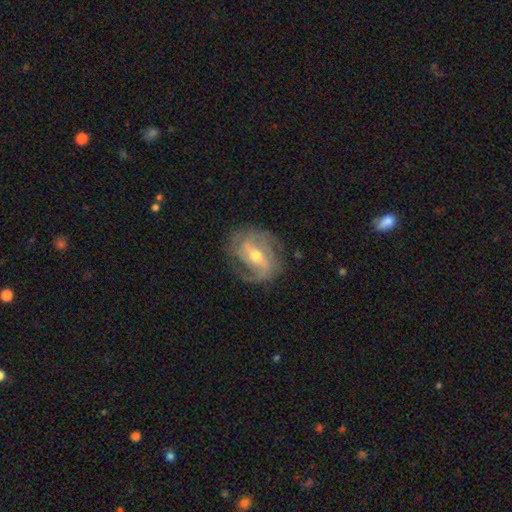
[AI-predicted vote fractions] Q: Smooth or featured?
A: featured or disk (86%); runner-up: smooth (8%)
Q: Edge-on disk?
A: no (96%); runner-up: yes (4%)
Q: Bar?
A: weak (42%); runner-up: strong (40%)
Q: Spiral arms?
A: yes (94%); runner-up: no (6%)
Q: Spiral winding?
A: medium (44%); runner-up: tight (32%)
Q: Spiral arm count?
A: 2 (63%); runner-up: can't tell (13%)
Q: Bulge size?
A: moderate (64%); runner-up: small (32%)
Q: Merging?
A: none (74%); runner-up: minor disturbance (17%)